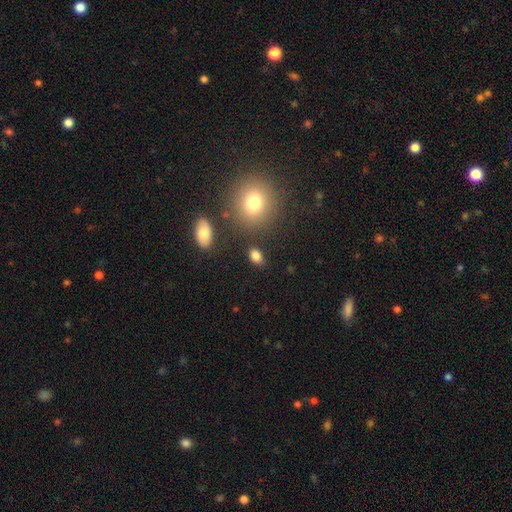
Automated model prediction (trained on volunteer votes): A smooth galaxy with no disk features (83%) that is in between round and cigar-shaped (81%).

Vote fractions:
- Smooth or featured? smooth: 83% / star or artifact: 11% / featured or disk: 6%
- How rounded? in between: 81% / round: 17% / cigar-shaped: 2%
- Merging? none: 80% / minor disturbance: 11% / merger: 5% / major disturbance: 4%